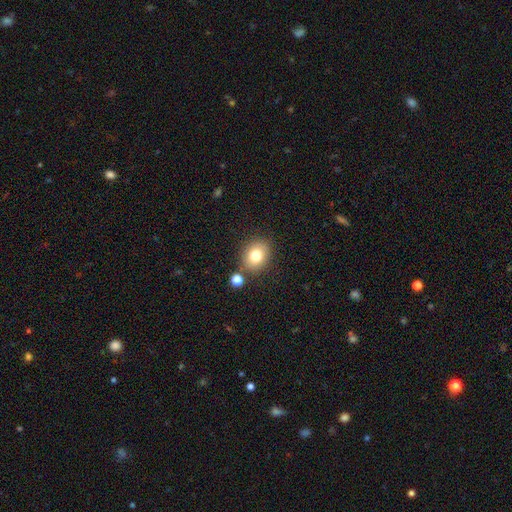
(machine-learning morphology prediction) smooth_or_featured: smooth (p=0.78) [alt: star or artifact p=0.11]
how_rounded: round (p=0.53) [alt: in between p=0.46]
merging: none (p=0.80) [alt: minor disturbance p=0.10]